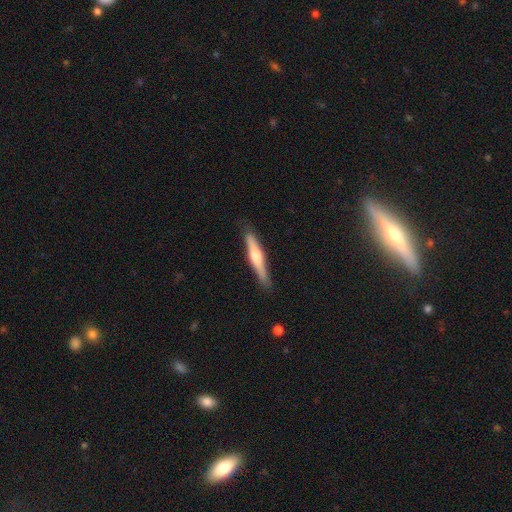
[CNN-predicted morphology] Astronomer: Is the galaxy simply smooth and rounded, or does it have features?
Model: featured or disk — 51% (runner-up: smooth, 44%).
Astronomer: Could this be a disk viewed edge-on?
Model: yes — 94%.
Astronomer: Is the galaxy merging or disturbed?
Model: none — 83%.